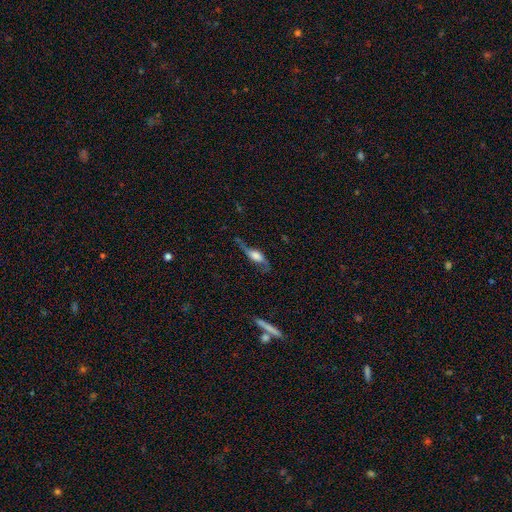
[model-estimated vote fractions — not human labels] A featured or disk galaxy (67%).

Vote fractions:
- Smooth or featured? featured or disk: 67% / smooth: 25% / star or artifact: 9%
- Edge-on disk? no: 65% / yes: 35%
- Merging? none: 52% / minor disturbance: 23% / major disturbance: 20% / merger: 4%